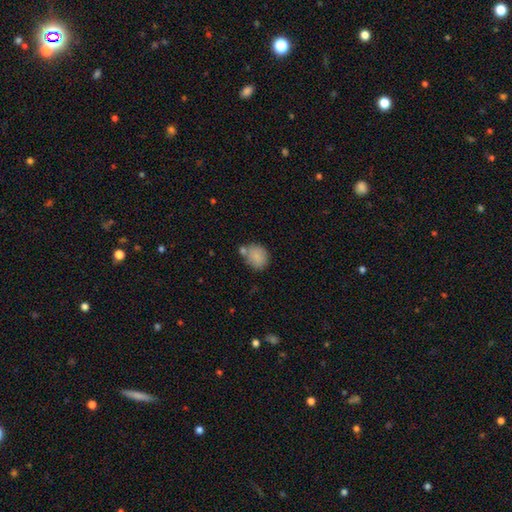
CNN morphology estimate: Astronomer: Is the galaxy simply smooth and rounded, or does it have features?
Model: smooth — 83%.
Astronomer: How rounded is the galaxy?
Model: round — 59% (runner-up: in between, 40%).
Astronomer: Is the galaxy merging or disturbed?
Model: none — 54%.